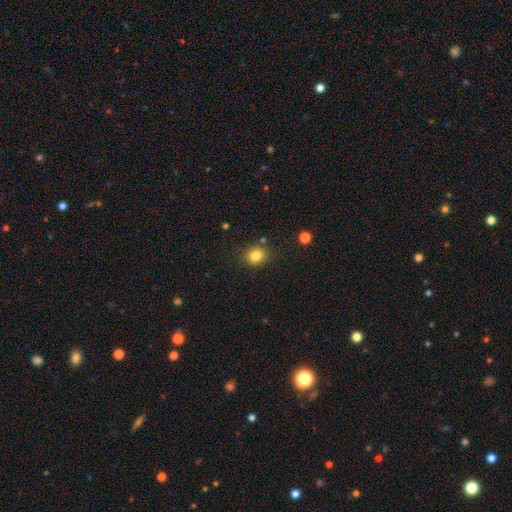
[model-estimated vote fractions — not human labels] This is clearly a smooth galaxy (84%). How rounded: likely round (66%). Merging: clearly none (82%).